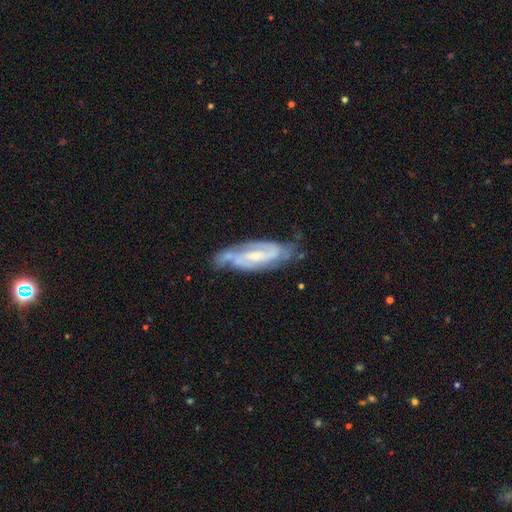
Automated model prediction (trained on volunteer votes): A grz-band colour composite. It shows a featured or disk galaxy (85%) with a weak bar (45%), 2 (67%) medium (45%) spiral arms (96%) and a small central bulge (60%). Merging: none (65%).